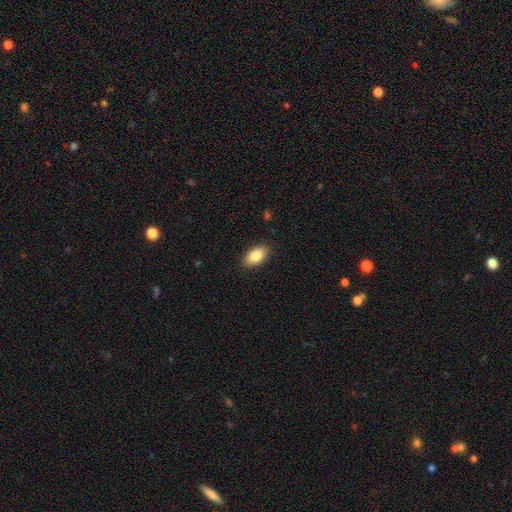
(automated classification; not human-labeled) Smooth or featured: smooth — 85% (featured or disk — 8%)
How rounded: in between — 93% (round — 4%)
Merging: none — 88% (minor disturbance — 9%)